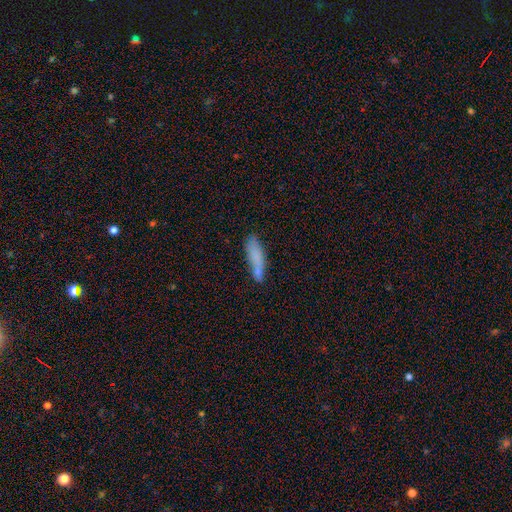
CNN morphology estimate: smooth_or_featured: smooth (p=0.77) [alt: featured or disk p=0.15]
how_rounded: cigar-shaped (p=0.67) [alt: in between p=0.31]
merging: none (p=0.55) [alt: minor disturbance p=0.22]